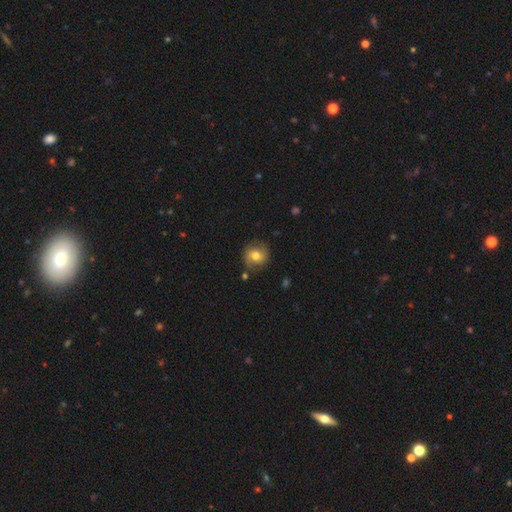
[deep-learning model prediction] smooth-or-featured: smooth: 65% | featured or disk: 25% | star or artifact: 10%
  how-rounded: round: 84% | in between: 15% | cigar-shaped: 1%
  merging: none: 77% | minor disturbance: 16% | major disturbance: 5% | merger: 3%